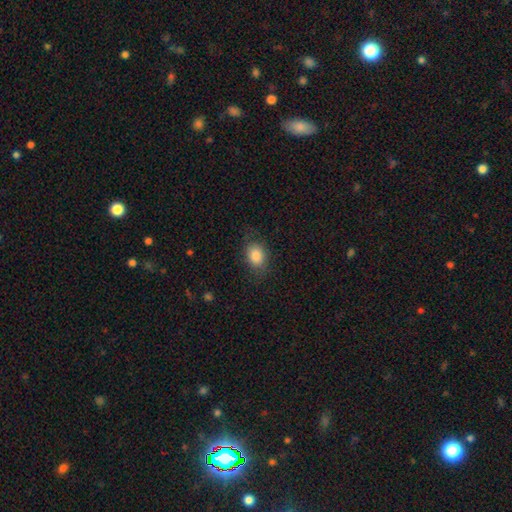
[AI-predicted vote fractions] Smooth or featured: smooth — 85% (star or artifact — 8%)
How rounded: in between — 62% (round — 37%)
Merging: none — 77% (minor disturbance — 16%)